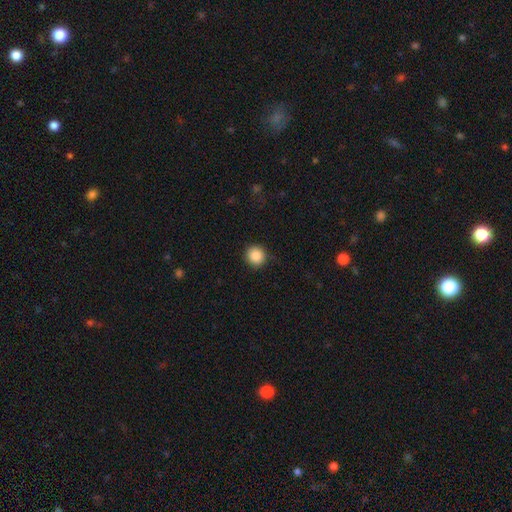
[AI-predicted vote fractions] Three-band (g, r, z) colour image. It shows a smooth galaxy with no disk features (88%) that is round (93%). Merging: none (90%).